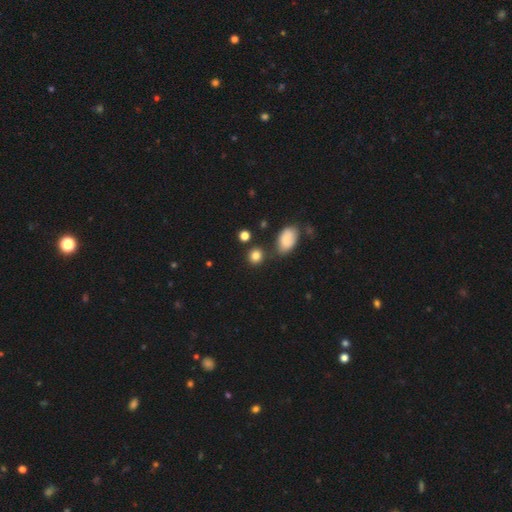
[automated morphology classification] This appears to be a smooth galaxy with no disk features (83%) that is round (79%). Merging: none (76%).